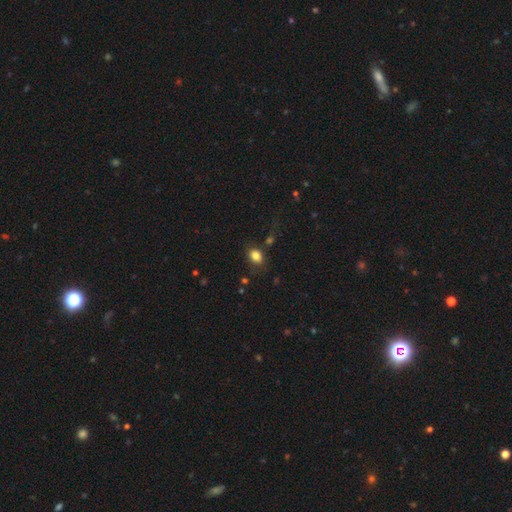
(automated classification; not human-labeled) Q: Smooth or featured?
A: smooth (83%); runner-up: star or artifact (11%)
Q: How rounded?
A: in between (68%); runner-up: round (31%)
Q: Merging?
A: none (76%); runner-up: minor disturbance (14%)